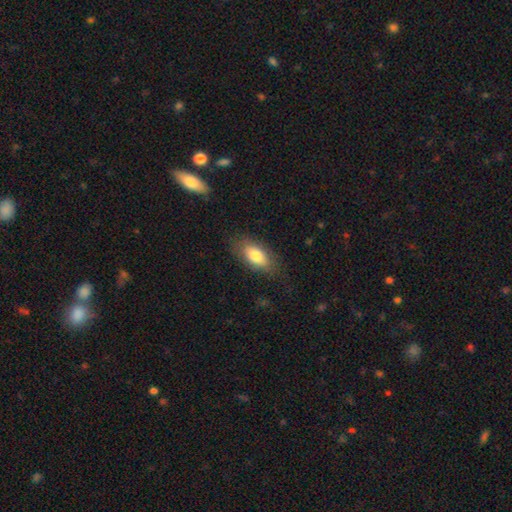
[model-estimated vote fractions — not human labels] A smooth galaxy with no disk features (77%) that is in between round and cigar-shaped (86%). Merging: none (76%).